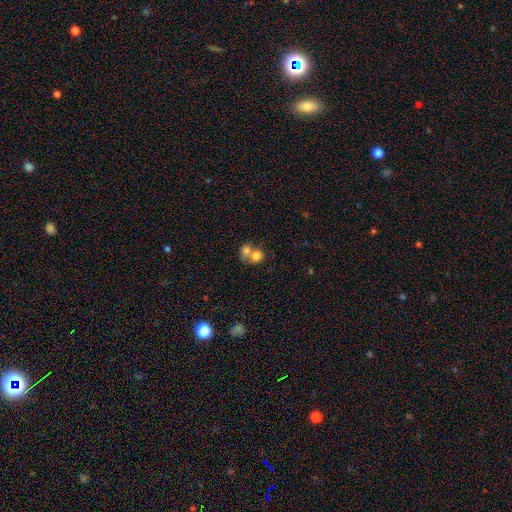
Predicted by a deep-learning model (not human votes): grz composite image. It shows a smooth galaxy with no disk features (74%) that is round (67%). Merging: merger (68%).